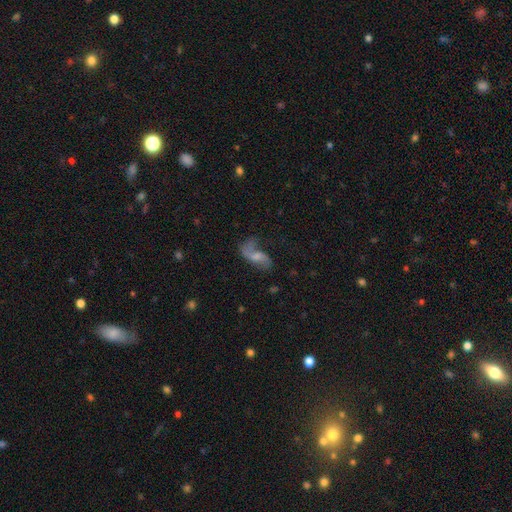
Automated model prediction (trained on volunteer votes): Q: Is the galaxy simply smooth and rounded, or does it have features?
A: featured or disk — 69%.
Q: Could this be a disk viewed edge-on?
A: no — 95%.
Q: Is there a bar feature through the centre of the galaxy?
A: weak — 44%.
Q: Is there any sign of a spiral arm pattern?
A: yes — 87%.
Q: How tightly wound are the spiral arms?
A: loose — 80%.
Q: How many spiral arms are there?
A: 2 — 84%.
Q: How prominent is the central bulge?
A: small — 37%.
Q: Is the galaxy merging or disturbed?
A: none — 48%.